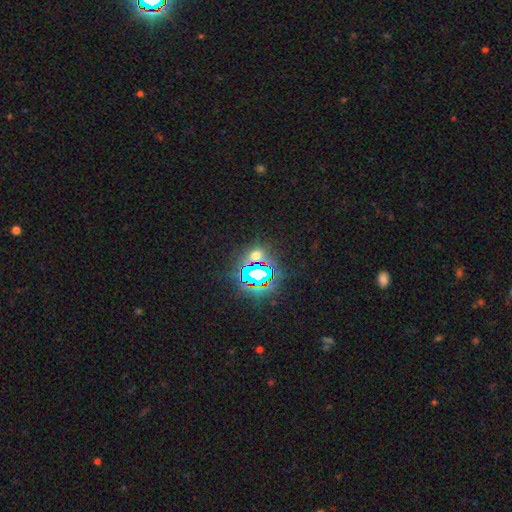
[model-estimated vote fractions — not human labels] The model was most divided on "smooth or featured": star or artifact: 63%, smooth: 28%, featured or disk: 9%.